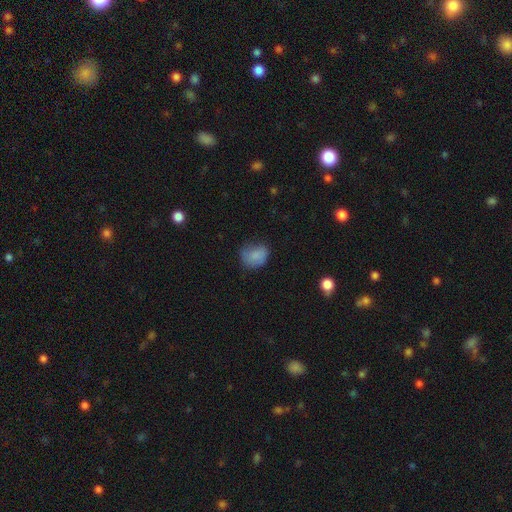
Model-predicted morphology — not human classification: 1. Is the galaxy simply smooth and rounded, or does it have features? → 78% smooth, 12% featured or disk, 10% star or artifact.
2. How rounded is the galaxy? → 54% round, 45% in between, 1% cigar-shaped.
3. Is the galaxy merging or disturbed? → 52% none, 33% minor disturbance, 13% major disturbance, 2% merger.